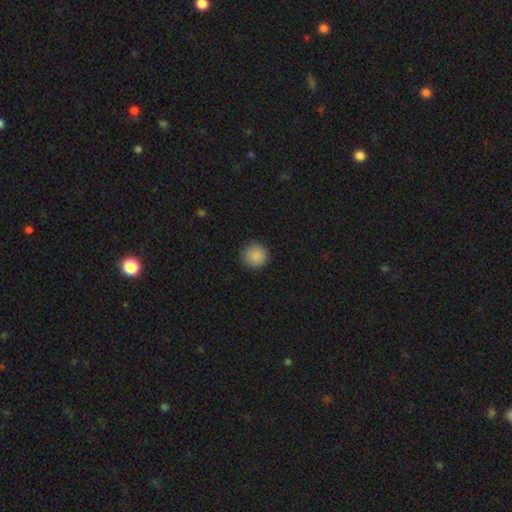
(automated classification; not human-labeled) A smooth galaxy with no disk features (88%) that is round (95%). Merging: none (90%).